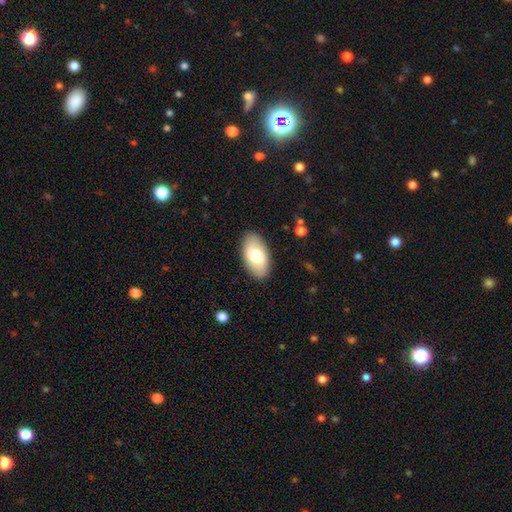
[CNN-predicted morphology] A smooth galaxy with no disk features (67%) that is in between round and cigar-shaped (95%). Merging: none (88%).